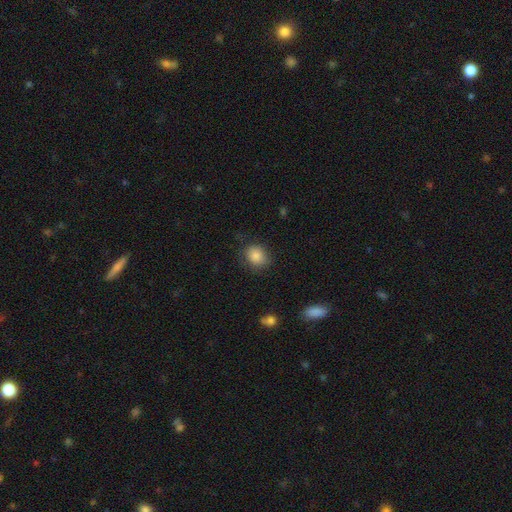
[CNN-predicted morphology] Overall: smooth (85%). How rounded: round (63%; in between 36%). Merging: none (77%).